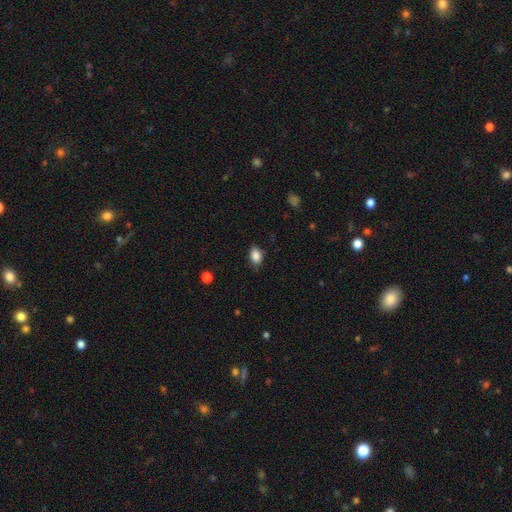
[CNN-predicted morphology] This appears to be a smooth galaxy with no disk features (86%) that is in between round and cigar-shaped (85%). Merging: none (77%).